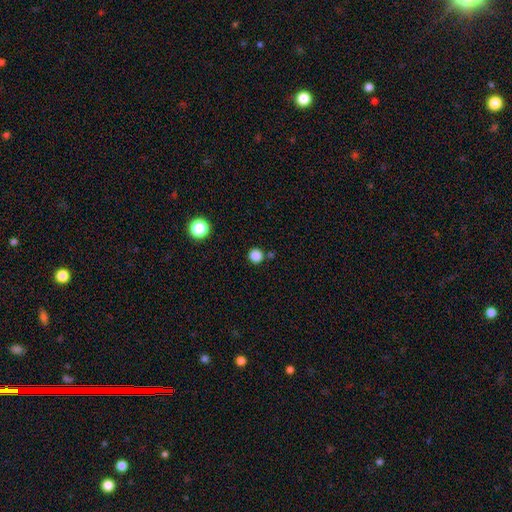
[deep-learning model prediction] This is clearly a smooth galaxy (84%). How rounded: clearly round (95%). Merging: clearly none (85%).